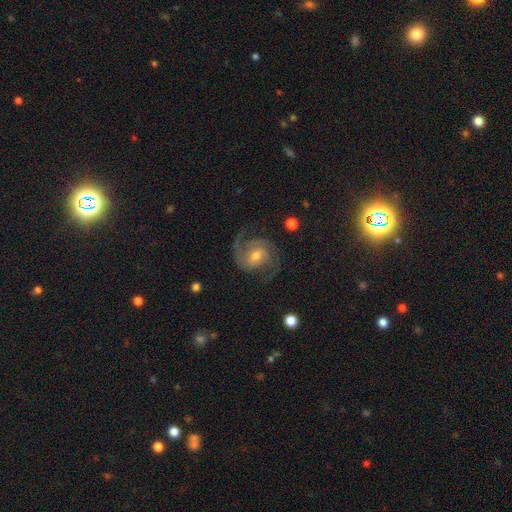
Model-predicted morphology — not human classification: smooth-or-featured: featured or disk: 88% | smooth: 6% | star or artifact: 6%
  disk-edge-on: no: 98% | yes: 2%
    bar: weak: 45% | no: 43% | strong: 13%
    has-spiral-arms: yes: 98% | no: 2%
      spiral-winding: medium: 55% | tight: 28% | loose: 18%
      spiral-arm-count: 2: 75% | 3: 11% | can't tell: 5% | 1: 3% | 4: 3% | more than 4: 2%
    bulge-size: moderate: 57% | small: 37% | large: 3% | none: 2% | dominant: 1%
  merging: none: 74% | minor disturbance: 15% | major disturbance: 9% | merger: 1%